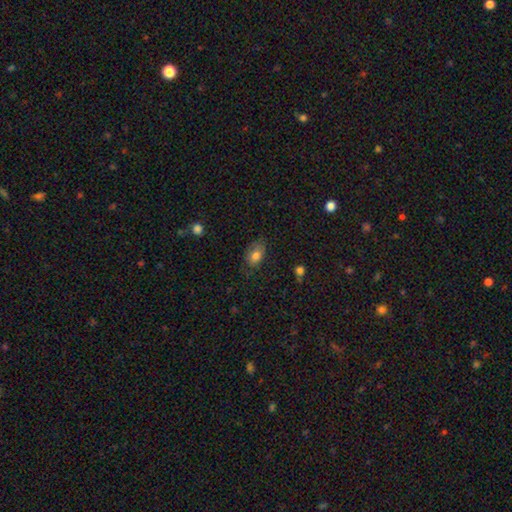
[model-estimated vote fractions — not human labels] A smooth galaxy with no disk features (80%) that is in between round and cigar-shaped (82%).

Vote fractions:
- Smooth or featured? smooth: 80% / featured or disk: 11% / star or artifact: 9%
- How rounded? in between: 82% / round: 16% / cigar-shaped: 1%
- Merging? none: 68% / minor disturbance: 23% / major disturbance: 7% / merger: 2%